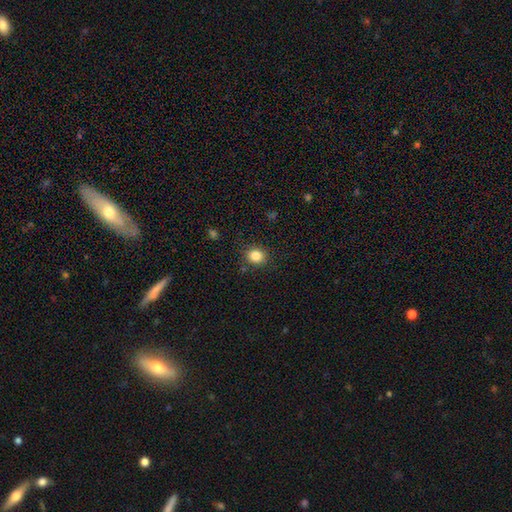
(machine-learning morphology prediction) smooth_or_featured: smooth (p=0.83) [alt: star or artifact p=0.11]
how_rounded: round (p=0.79) [alt: in between p=0.20]
merging: none (p=0.87) [alt: minor disturbance p=0.09]